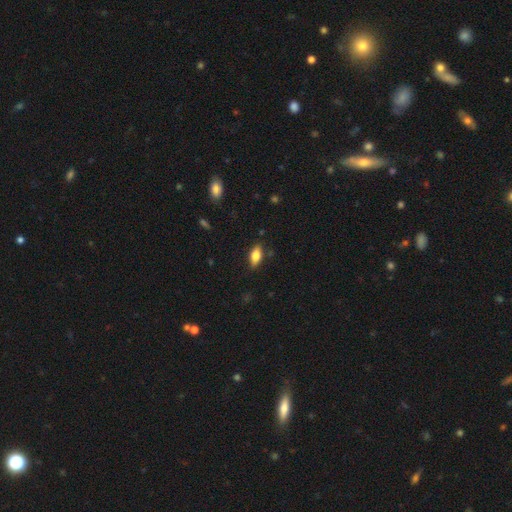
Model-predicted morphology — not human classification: This is likely a smooth galaxy (72%). How rounded: clearly in between (84%). Merging: clearly none (84%).